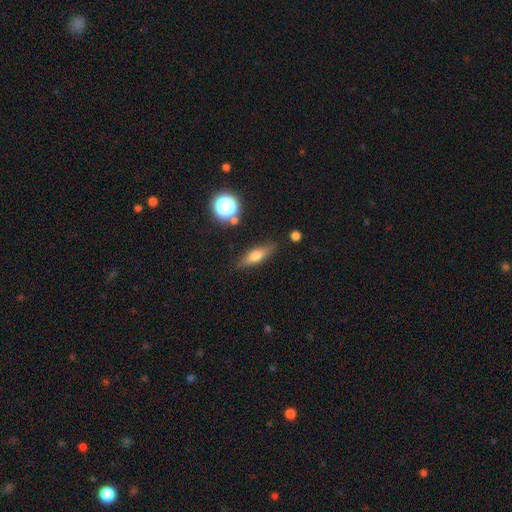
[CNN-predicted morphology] Smooth or featured?
  - smooth: 53% *
  - featured or disk: 37%
  - star or artifact: 10%
How rounded?
  - cigar-shaped: 54% *
  - in between: 40%
  - round: 6%
Merging?
  - none: 83% *
  - minor disturbance: 11%
  - major disturbance: 3%
  - merger: 3%